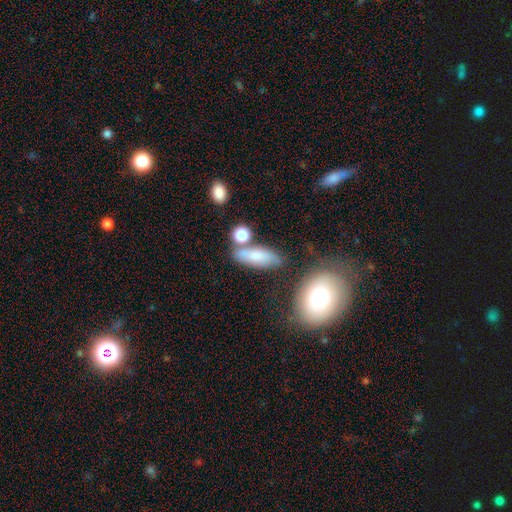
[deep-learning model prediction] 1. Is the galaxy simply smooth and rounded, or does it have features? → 70% smooth, 20% featured or disk, 10% star or artifact.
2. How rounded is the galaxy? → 67% in between, 26% cigar-shaped, 7% round.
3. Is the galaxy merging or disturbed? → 63% none, 16% minor disturbance, 15% merger, 6% major disturbance.